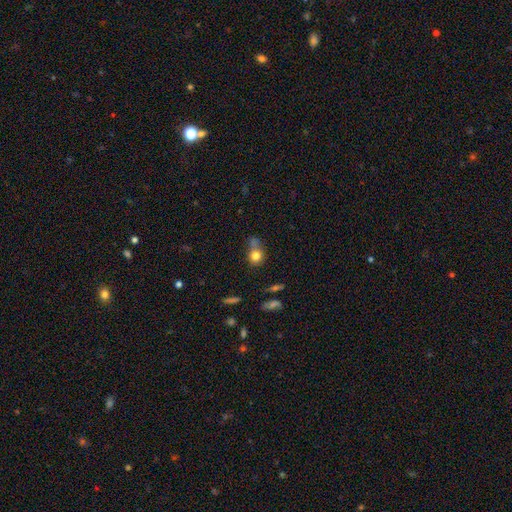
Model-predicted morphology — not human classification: The model was most divided on "merging": none: 43%, merger: 24%, minor disturbance: 22%, major disturbance: 10%. More confident: smooth or featured — smooth (78%); how rounded — round (69%).